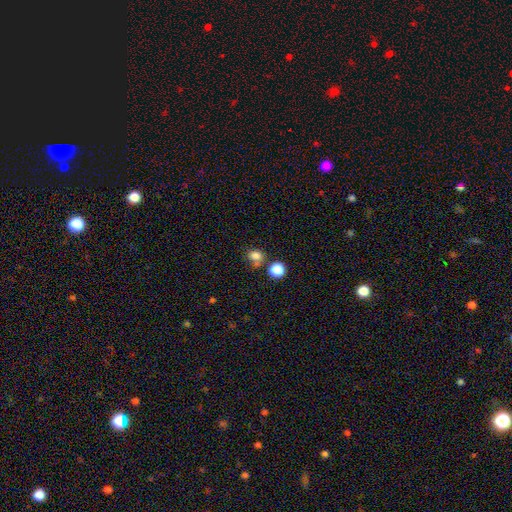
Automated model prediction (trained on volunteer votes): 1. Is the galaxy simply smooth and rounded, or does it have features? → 79% smooth, 14% star or artifact, 6% featured or disk.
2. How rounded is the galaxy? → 57% round, 42% in between, 1% cigar-shaped.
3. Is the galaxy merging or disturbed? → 58% none, 23% merger, 14% minor disturbance, 6% major disturbance.